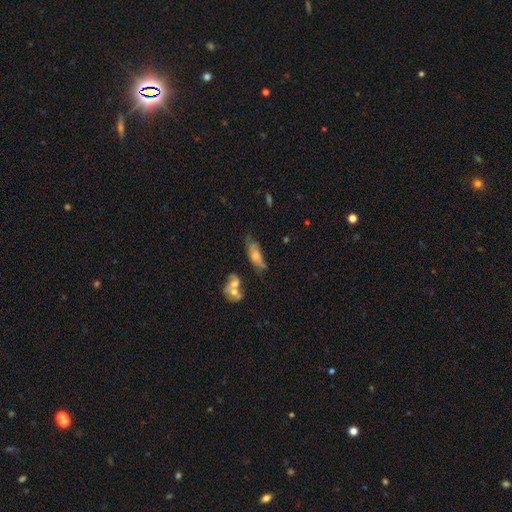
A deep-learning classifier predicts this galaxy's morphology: A smooth galaxy with no disk features (62%) that is in between round and cigar-shaped (69%).

Vote fractions:
- Smooth or featured? smooth: 62% / featured or disk: 30% / star or artifact: 8%
- How rounded? in between: 69% / cigar-shaped: 28% / round: 3%
- Merging? none: 42% / minor disturbance: 32% / major disturbance: 14% / merger: 12%